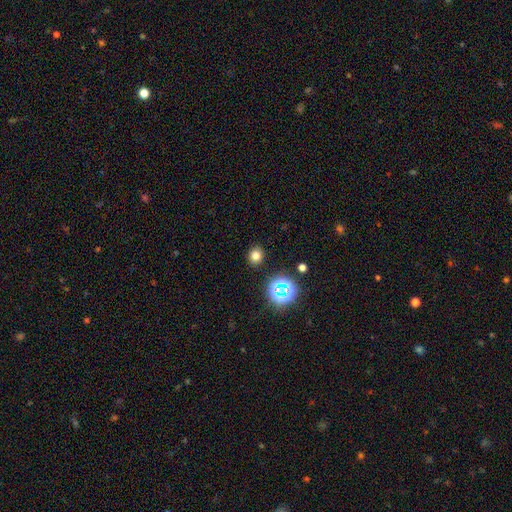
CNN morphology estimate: Q: Smooth or featured?
A: smooth (72%); runner-up: star or artifact (21%)
Q: How rounded?
A: round (71%); runner-up: in between (28%)
Q: Merging?
A: none (89%); runner-up: minor disturbance (7%)